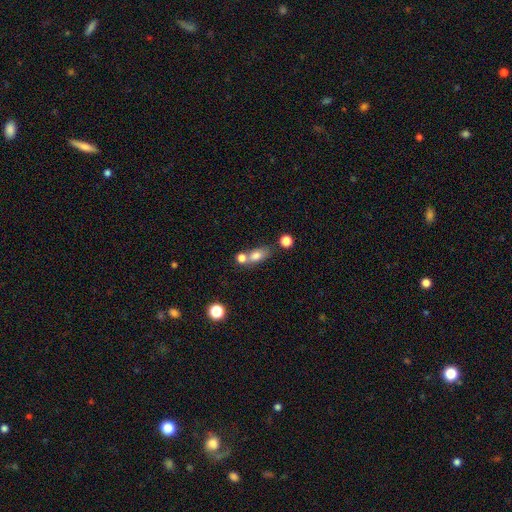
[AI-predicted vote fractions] Smooth or featured?
  - smooth: 76% *
  - featured or disk: 14%
  - star or artifact: 10%
How rounded?
  - in between: 73% *
  - round: 19%
  - cigar-shaped: 8%
Merging?
  - merger: 43% *
  - none: 40%
  - minor disturbance: 12%
  - major disturbance: 6%